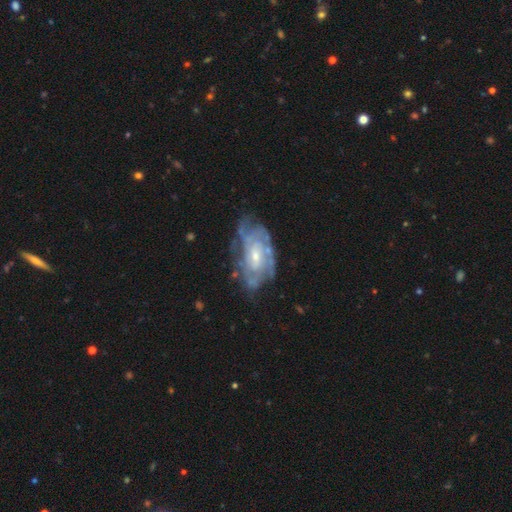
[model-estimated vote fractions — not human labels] A featured or disk galaxy (83%) with no bar (55%), tight (62%) spiral arms (89%) and a small central bulge (59%).

Vote fractions:
- Smooth or featured? featured or disk: 83% / smooth: 11% / star or artifact: 6%
- Edge-on disk? no: 95% / yes: 5%
- Bar? no: 55% / weak: 37% / strong: 8%
- Spiral arms? yes: 89% / no: 11%
- Spiral winding? tight: 62% / medium: 30% / loose: 8%
- Spiral arm count? can't tell: 48% / 4: 15% / 2: 14% / 3: 13% / more than 4: 6% / 1: 4%
- Bulge size? small: 59% / moderate: 36% / none: 2% / large: 2% / dominant: 1%
- Merging? none: 62% / minor disturbance: 24% / major disturbance: 12% / merger: 2%